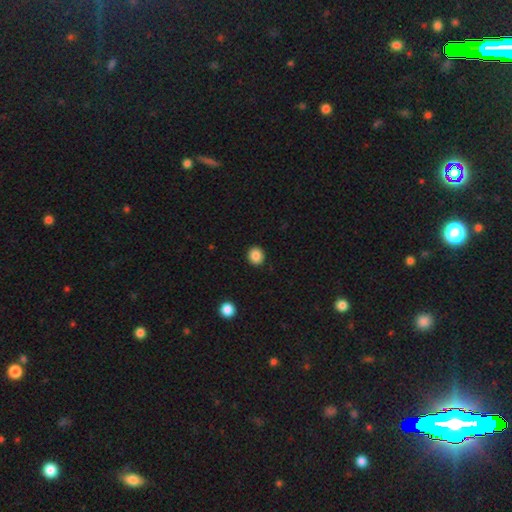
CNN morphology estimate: This appears to be a smooth galaxy with no disk features (87%) that is round (86%). Merging: none (92%).